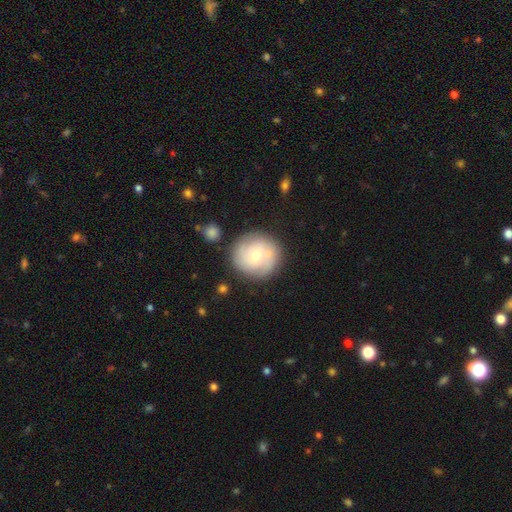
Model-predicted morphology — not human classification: Smooth or featured? Predicted: featured or disk (p=0.54). Edge-on disk? Predicted: no (p=0.97). Bar? Predicted: no (p=0.73). Spiral arms? Predicted: yes (p=0.81). Bulge size? Predicted: moderate (p=0.61). Merging? Predicted: none (p=0.80).